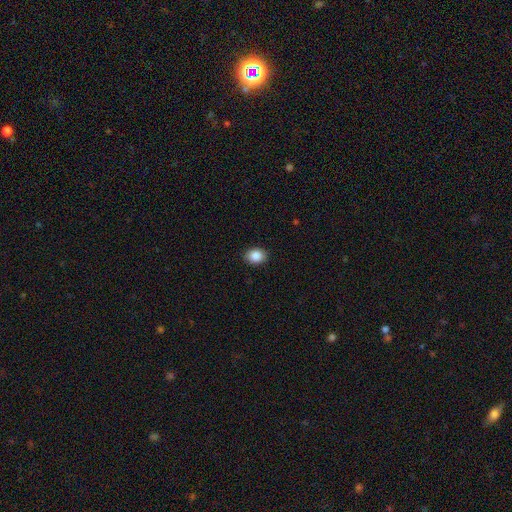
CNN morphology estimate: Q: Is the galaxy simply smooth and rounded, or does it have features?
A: smooth — 87%.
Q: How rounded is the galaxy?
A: in between — 58%.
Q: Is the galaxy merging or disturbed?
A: none — 90%.